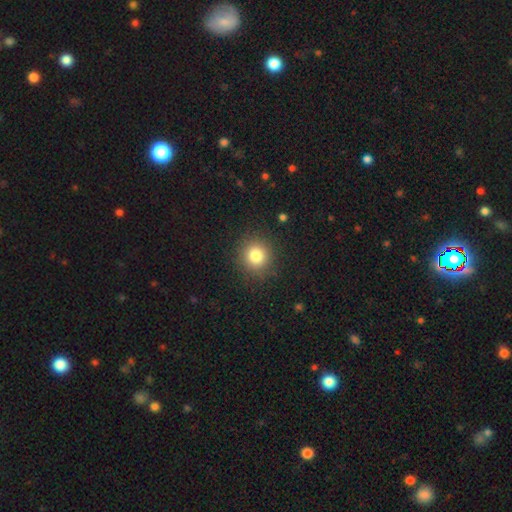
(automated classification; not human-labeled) Overall: smooth (80%). How rounded: round (92%). Merging: none (90%).